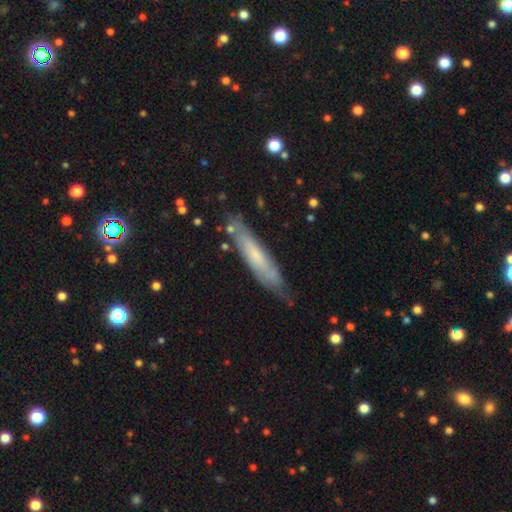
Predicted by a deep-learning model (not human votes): smooth_or_featured: smooth (p=0.50) [alt: featured or disk p=0.43]
how_rounded: cigar-shaped (p=0.82) [alt: in between p=0.17]
merging: none (p=0.70) [alt: minor disturbance p=0.23]